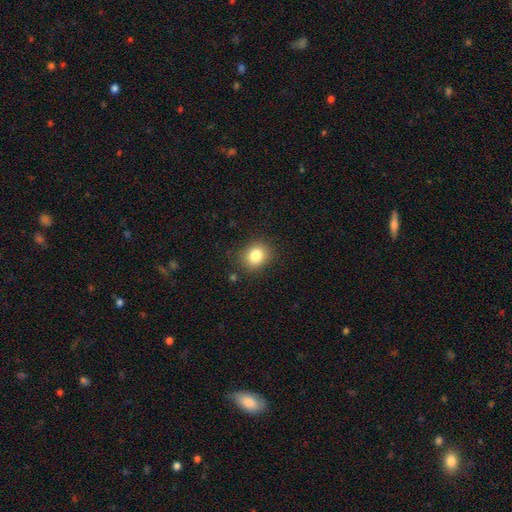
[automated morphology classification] The model was most divided on "how rounded": round: 62%, in between: 37%, cigar-shaped: 1%. More confident: merging — none (84%); smooth or featured — smooth (82%).